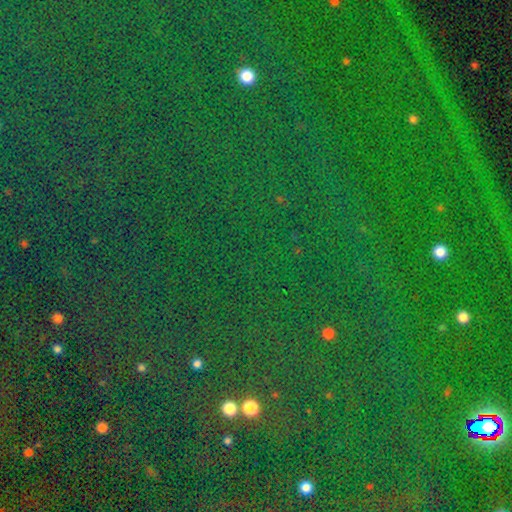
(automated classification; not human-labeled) A star or artifact, not a galaxy (81%).

Vote fractions:
- Smooth or featured? star or artifact: 81% / smooth: 11% / featured or disk: 8%